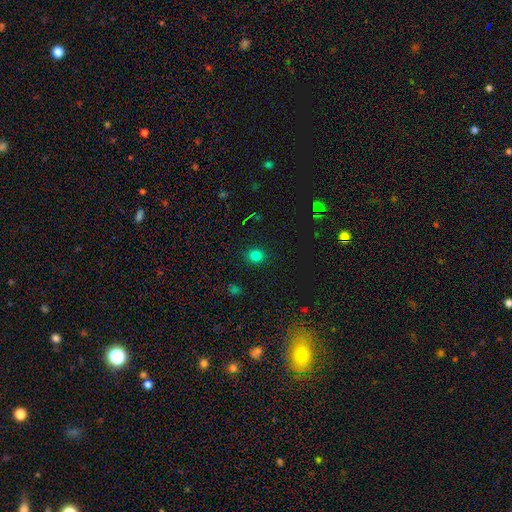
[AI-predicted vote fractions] A smooth galaxy with no disk features (78%) that is round (84%).

Vote fractions:
- Smooth or featured? smooth: 78% / star or artifact: 17% / featured or disk: 5%
- How rounded? round: 84% / in between: 15% / cigar-shaped: 1%
- Merging? none: 90% / minor disturbance: 6% / major disturbance: 2% / merger: 1%